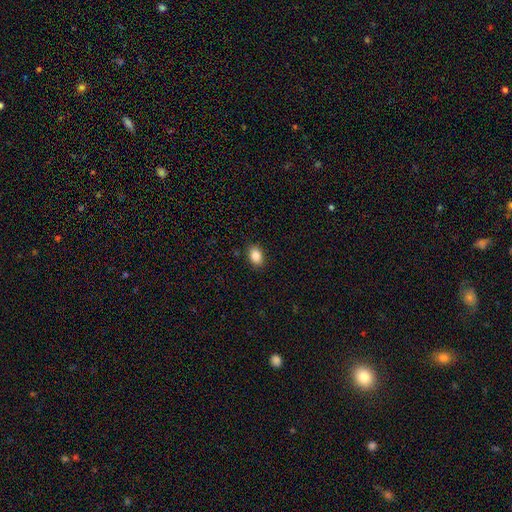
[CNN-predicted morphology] Q: Smooth or featured?
A: smooth (86%); runner-up: star or artifact (9%)
Q: How rounded?
A: in between (80%); runner-up: round (19%)
Q: Merging?
A: none (89%); runner-up: minor disturbance (8%)